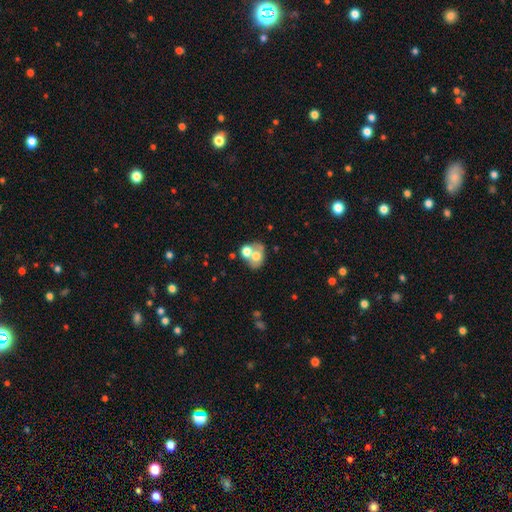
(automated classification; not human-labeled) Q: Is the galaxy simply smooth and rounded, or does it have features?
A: smooth — 57%.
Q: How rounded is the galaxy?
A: in between — 53%.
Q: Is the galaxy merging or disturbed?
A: merger — 47%.